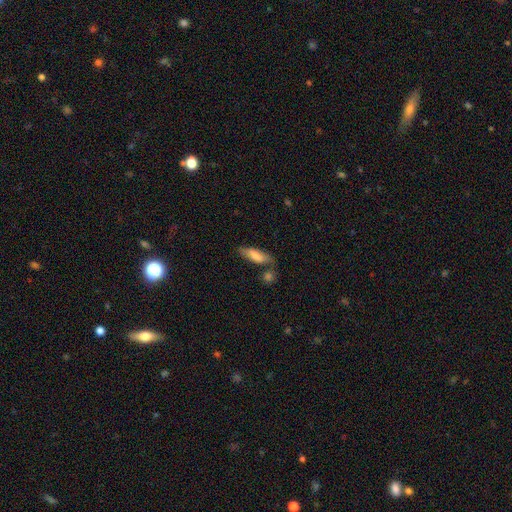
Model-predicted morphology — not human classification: This is likely a smooth galaxy (73%). How rounded: possibly in between (50%). Merging: likely none (64%).